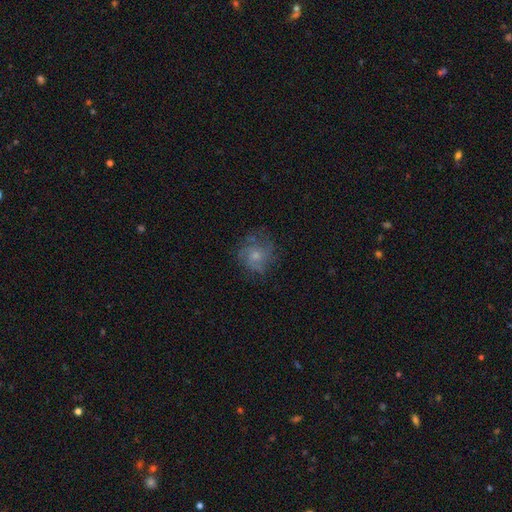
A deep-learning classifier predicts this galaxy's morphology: smooth-or-featured: featured or disk: 53% | smooth: 35% | star or artifact: 12%
  disk-edge-on: no: 97% | yes: 3%
    bar: no: 82% | weak: 16% | strong: 2%
    has-spiral-arms: yes: 77% | no: 23%
    bulge-size: small: 55% | moderate: 37% | none: 5% | large: 2% | dominant: 1%
  merging: none: 67% | minor disturbance: 20% | major disturbance: 12% | merger: 1%